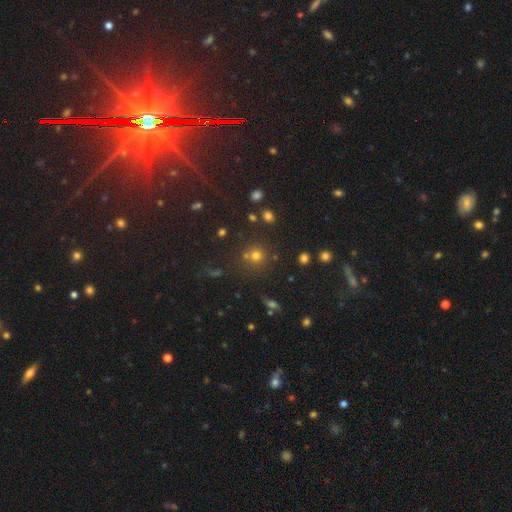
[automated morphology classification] This appears to be a smooth galaxy with no disk features (63%) that is round (91%). Merging: none (72%).